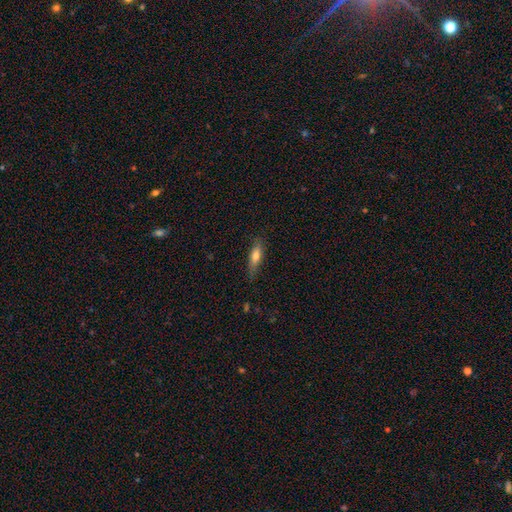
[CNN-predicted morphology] A smooth galaxy with no disk features (71%) that is cigar-shaped (57%).

Vote fractions:
- Smooth or featured? smooth: 71% / featured or disk: 22% / star or artifact: 7%
- How rounded? cigar-shaped: 57% / in between: 41% / round: 2%
- Merging? none: 77% / minor disturbance: 18% / major disturbance: 4% / merger: 1%